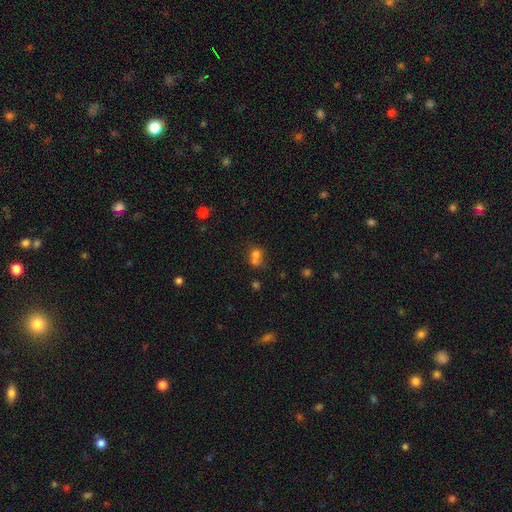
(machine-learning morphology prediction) A smooth galaxy with no disk features (70%) that is round (72%).

Vote fractions:
- Smooth or featured? smooth: 70% / star or artifact: 16% / featured or disk: 15%
- How rounded? round: 72% / in between: 27% / cigar-shaped: 1%
- Merging? merger: 56% / none: 32% / minor disturbance: 8% / major disturbance: 4%